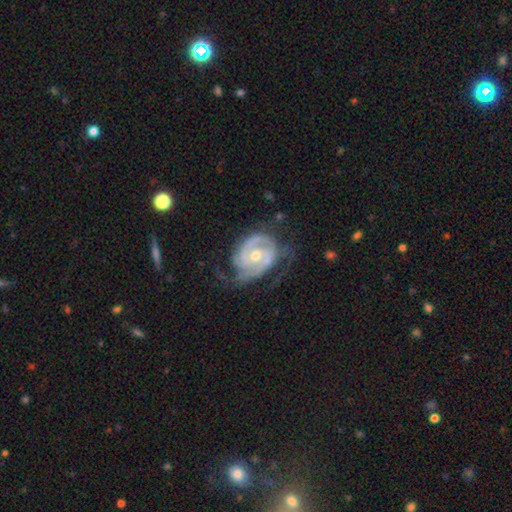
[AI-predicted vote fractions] Morphology: type=featured or disk (91%); edge-on=no (98%); bar=no (58%); spiral arms=yes (97%); winding=tight (60%); arm count=2 (50%); bulge=moderate (61%); merging=none (60%).